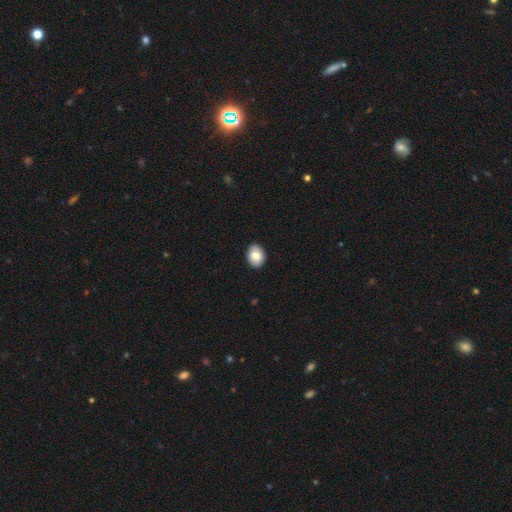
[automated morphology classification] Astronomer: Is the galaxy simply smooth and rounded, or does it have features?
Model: smooth — 79%.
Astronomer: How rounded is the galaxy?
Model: in between — 62%.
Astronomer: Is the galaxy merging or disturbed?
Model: none — 90%.